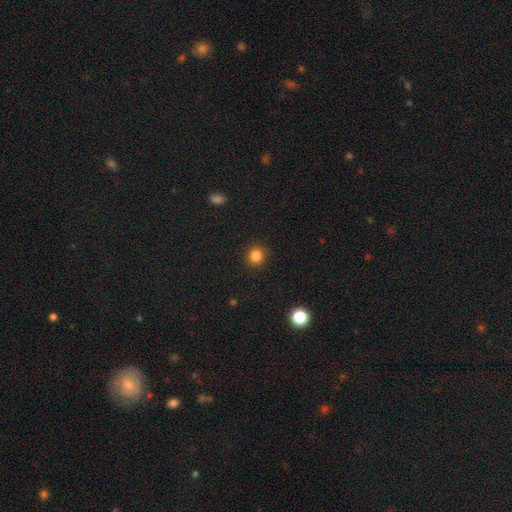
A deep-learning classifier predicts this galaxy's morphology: type=smooth (84%); roundness=round (91%); merging=none (90%).